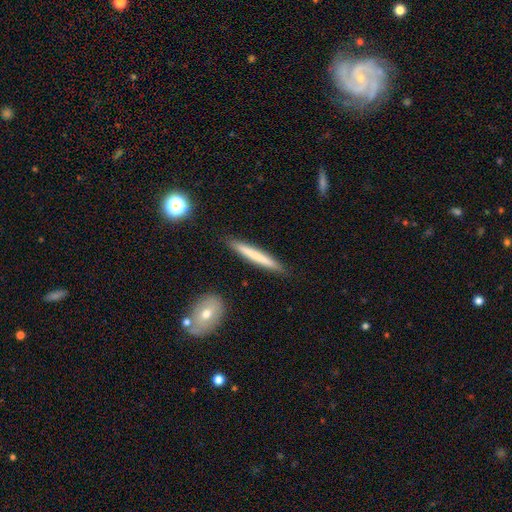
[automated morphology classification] smooth 64%, featured or disk 30%, star or artifact 6%. Down the decision tree: how rounded — cigar-shaped (96%); merging — none (90%).